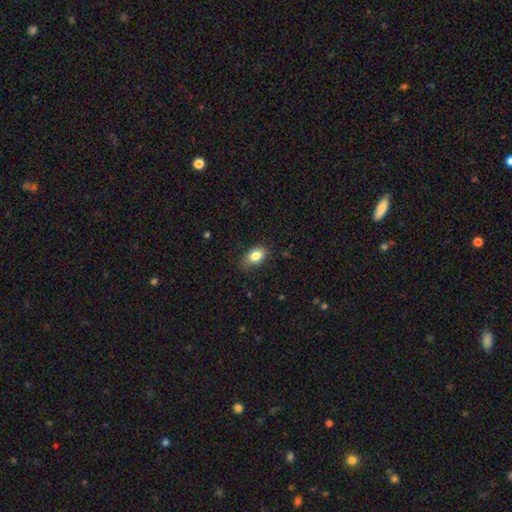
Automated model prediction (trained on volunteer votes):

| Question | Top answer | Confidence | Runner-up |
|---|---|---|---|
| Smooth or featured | smooth | 83% | star or artifact (9%) |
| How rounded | in between | 83% | round (15%) |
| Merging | none | 77% | minor disturbance (18%) |